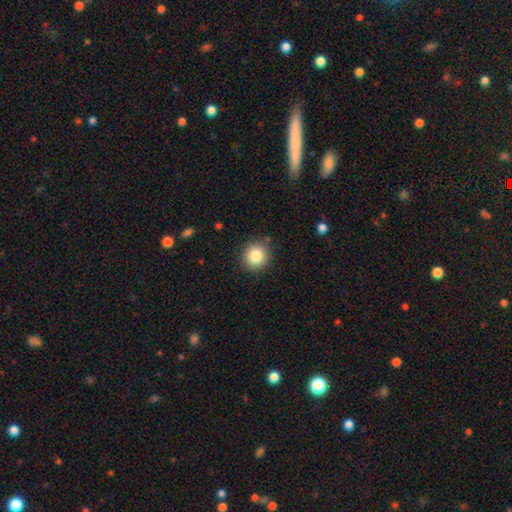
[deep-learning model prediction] A smooth galaxy with no disk features (84%) that is round (89%). Merging: none (86%).